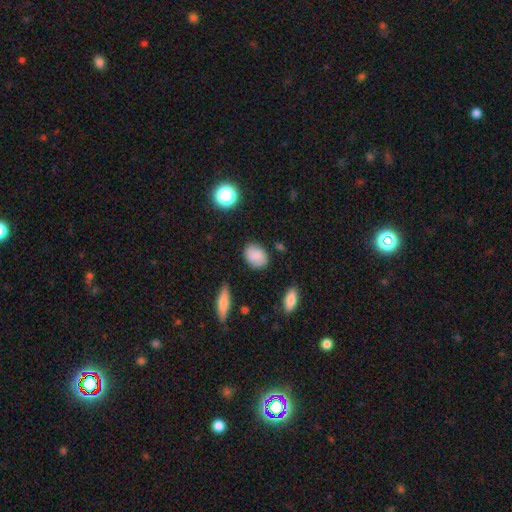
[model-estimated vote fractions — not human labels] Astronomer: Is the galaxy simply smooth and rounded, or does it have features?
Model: smooth — 83%.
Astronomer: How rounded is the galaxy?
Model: in between — 72%.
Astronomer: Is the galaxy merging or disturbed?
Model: none — 82%.